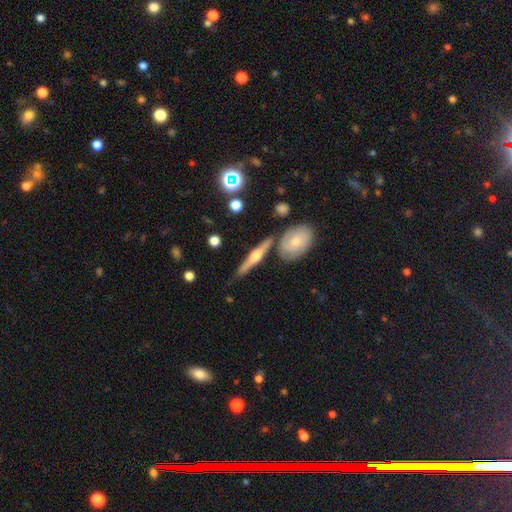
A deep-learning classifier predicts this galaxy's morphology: Smooth or featured?
  - featured or disk: 69% *
  - smooth: 25%
  - star or artifact: 6%
Edge-on disk?
  - yes: 95% *
  - no: 5%
Edge-on bulge?
  - rounded: 92% *
  - boxy: 5%
  - none: 3%
Merging?
  - none: 78% *
  - minor disturbance: 11%
  - merger: 9%
  - major disturbance: 3%